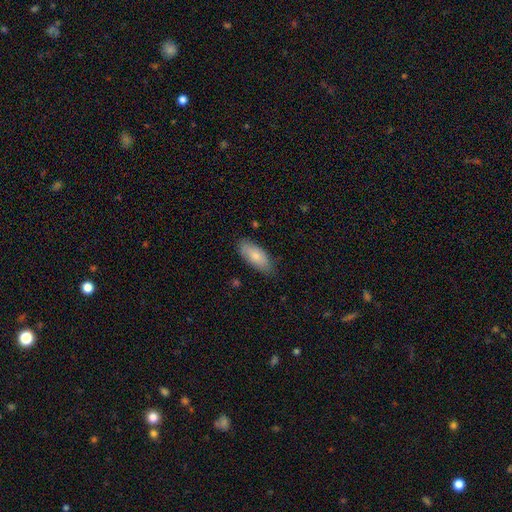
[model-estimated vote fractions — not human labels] The model was most divided on "merging": none: 77%, minor disturbance: 18%, major disturbance: 3%, merger: 1%. More confident: how rounded — in between (86%); smooth or featured — smooth (79%).